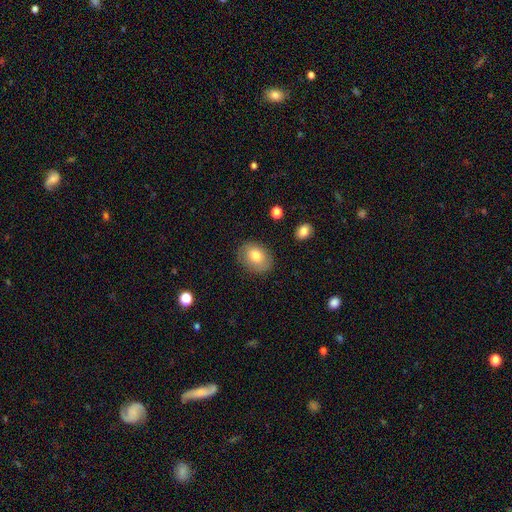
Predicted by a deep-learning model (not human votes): Smooth or featured: smooth — 78% (featured or disk — 13%)
How rounded: in between — 67% (round — 32%)
Merging: none — 83% (minor disturbance — 12%)